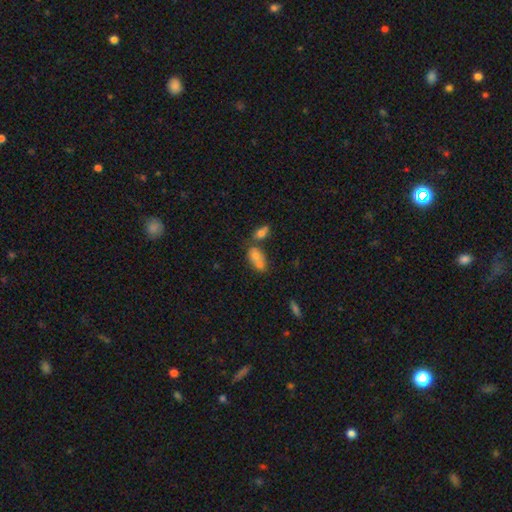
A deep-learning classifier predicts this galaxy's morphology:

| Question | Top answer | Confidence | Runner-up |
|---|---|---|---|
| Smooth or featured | smooth | 69% | featured or disk (18%) |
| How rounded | in between | 74% | round (22%) |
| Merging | merger | 58% | none (28%) |